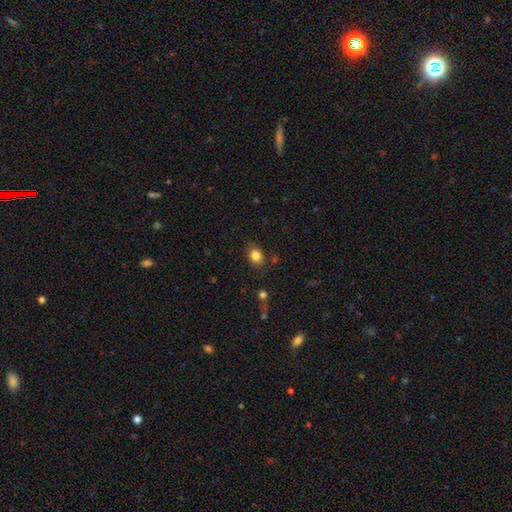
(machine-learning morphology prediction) This appears to be a smooth galaxy with no disk features (83%) that is in between round and cigar-shaped (53%). Merging: none (80%).